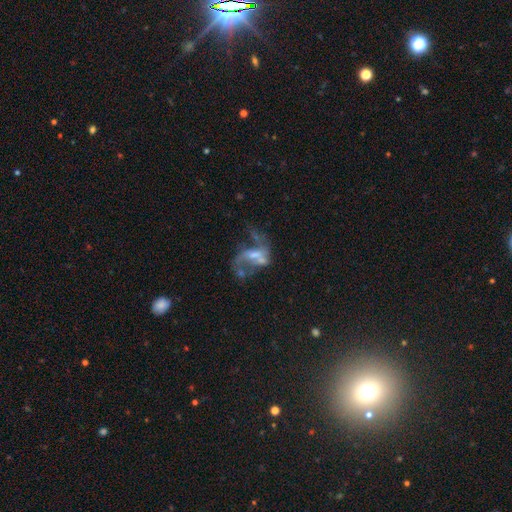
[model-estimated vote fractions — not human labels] smooth_or_featured: featured or disk (p=0.68) [alt: smooth p=0.19]
disk_edge_on: no (p=0.97) [alt: yes p=0.03]
bar: no (p=0.49) [alt: weak p=0.38]
has_spiral_arms: yes (p=0.54) [alt: no p=0.46]
bulge_size: moderate (p=0.33) [alt: small p=0.30]
merging: major disturbance (p=0.40) [alt: none p=0.24]